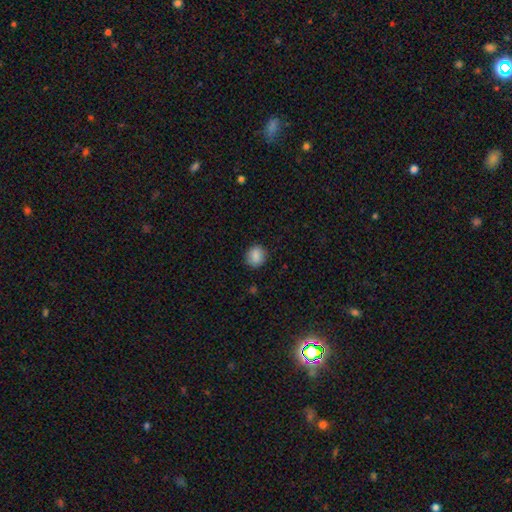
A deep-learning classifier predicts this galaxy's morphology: smooth 87%, star or artifact 8%, featured or disk 5%. Down the decision tree: how rounded — round (73%); merging — none (87%).